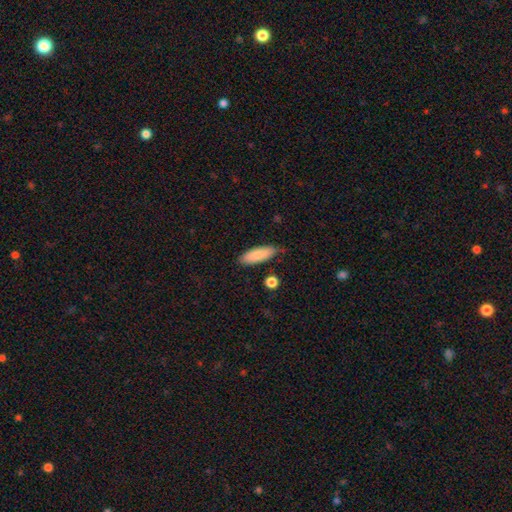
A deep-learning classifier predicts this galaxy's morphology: The model was most divided on "how rounded": in between: 61%, cigar-shaped: 37%, round: 2%. More confident: smooth or featured — smooth (86%); merging — none (78%).